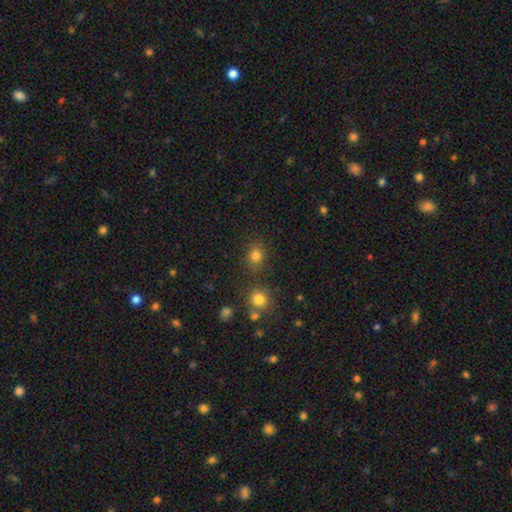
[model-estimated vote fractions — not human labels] Smooth or featured?
  - smooth: 78% *
  - star or artifact: 15%
  - featured or disk: 7%
How rounded?
  - round: 66% *
  - in between: 33%
  - cigar-shaped: 1%
Merging?
  - none: 77% *
  - minor disturbance: 12%
  - merger: 7%
  - major disturbance: 4%